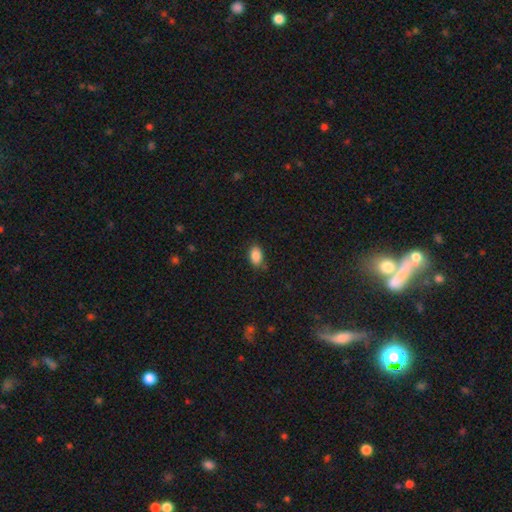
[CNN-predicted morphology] A smooth galaxy with no disk features (87%) that is in between round and cigar-shaped (89%).

Vote fractions:
- Smooth or featured? smooth: 87% / star or artifact: 8% / featured or disk: 4%
- How rounded? in between: 89% / round: 10% / cigar-shaped: 2%
- Merging? none: 80% / minor disturbance: 15% / major disturbance: 3% / merger: 2%